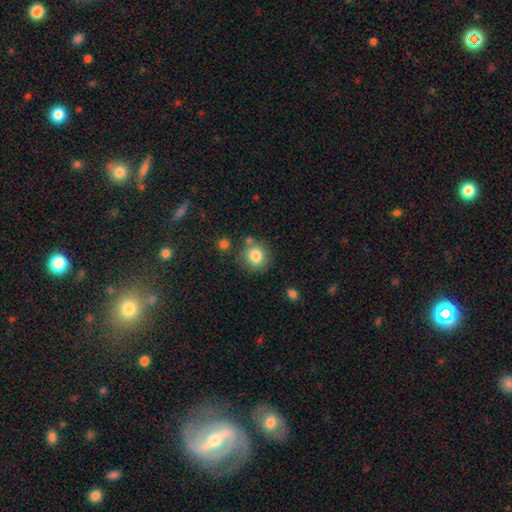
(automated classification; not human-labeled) Q: Smooth or featured?
A: smooth (83%); runner-up: star or artifact (10%)
Q: How rounded?
A: round (84%); runner-up: in between (15%)
Q: Merging?
A: none (73%); runner-up: minor disturbance (13%)